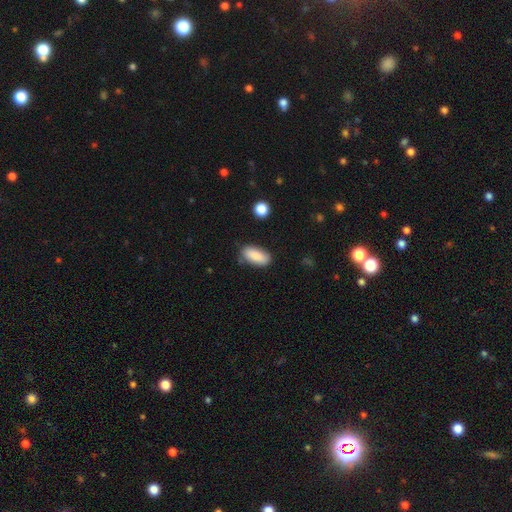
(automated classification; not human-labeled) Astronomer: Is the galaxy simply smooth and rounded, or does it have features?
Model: smooth — 85%.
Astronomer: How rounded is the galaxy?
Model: in between — 87%.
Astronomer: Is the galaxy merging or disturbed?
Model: none — 78%.